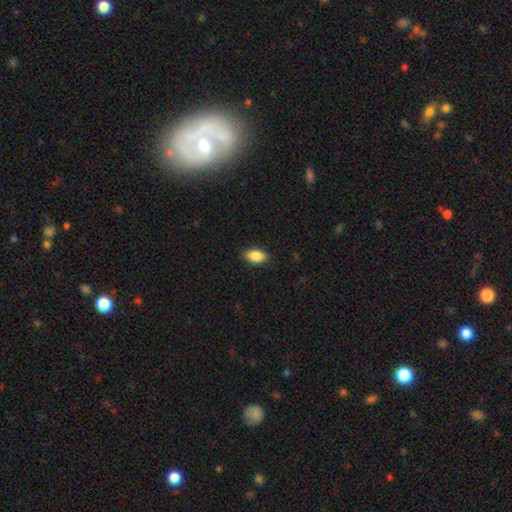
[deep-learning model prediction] smooth 87%, star or artifact 7%, featured or disk 6%. Down the decision tree: how rounded — in between (91%); merging — none (88%).